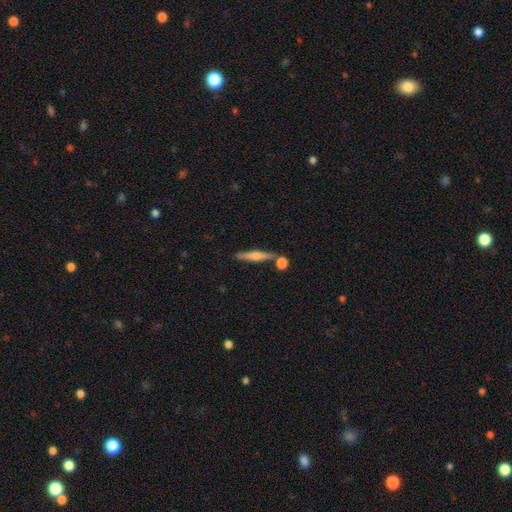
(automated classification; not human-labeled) Smooth or featured? featured or disk (57%)
Edge-on disk? yes (96%)
Edge-on bulge? rounded (80%)
Merging? none (80%)